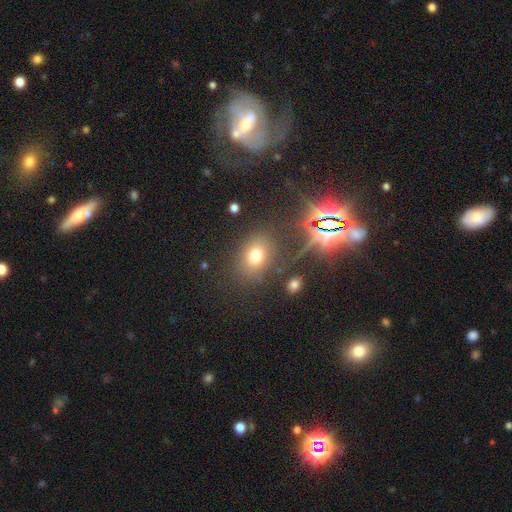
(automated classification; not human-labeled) smooth_or_featured: smooth (p=0.69) [alt: star or artifact p=0.21]
how_rounded: in between (p=0.55) [alt: round p=0.44]
merging: none (p=0.78) [alt: minor disturbance p=0.12]